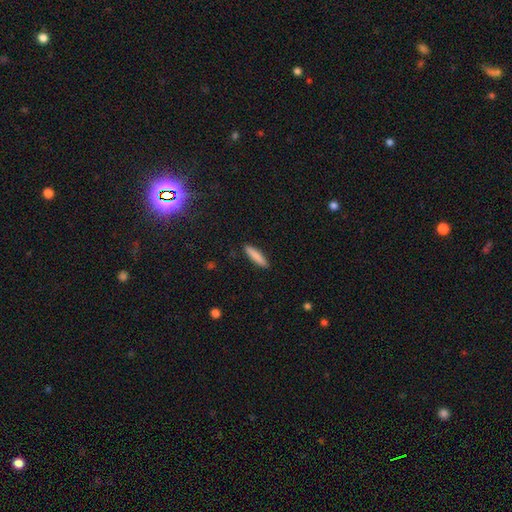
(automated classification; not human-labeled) Morphology: type=smooth (84%); roundness=cigar-shaped (87%); merging=none (90%).